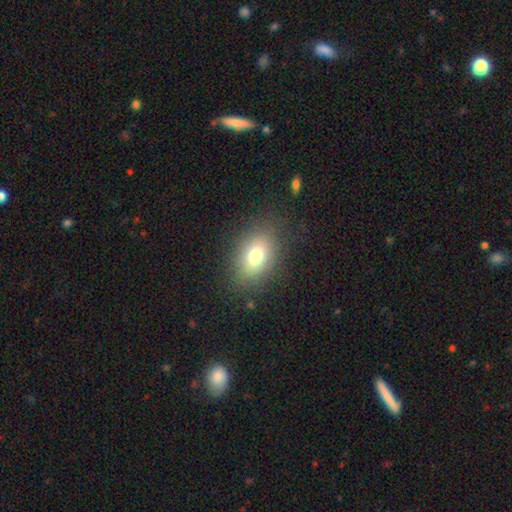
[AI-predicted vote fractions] This is likely a smooth galaxy (74%). How rounded: likely in between (77%). Merging: clearly none (83%).